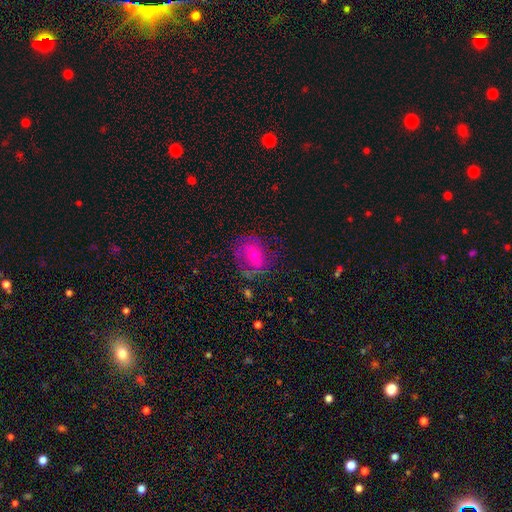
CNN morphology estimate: Overall: featured or disk (52%; smooth 38%). Edge-on disk: no (96%). Merging: none (59%; minor disturbance 23%).